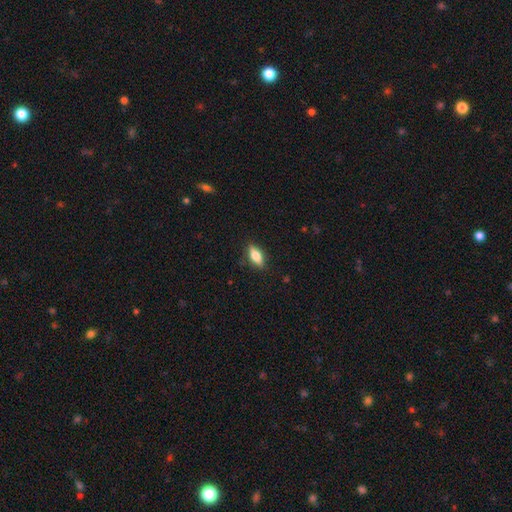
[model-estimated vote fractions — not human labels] A smooth galaxy with no disk features (65%) that is in between round and cigar-shaped (71%).

Vote fractions:
- Smooth or featured? smooth: 65% / featured or disk: 28% / star or artifact: 7%
- How rounded? in between: 71% / cigar-shaped: 25% / round: 4%
- Merging? none: 85% / minor disturbance: 12% / major disturbance: 3% / merger: 1%